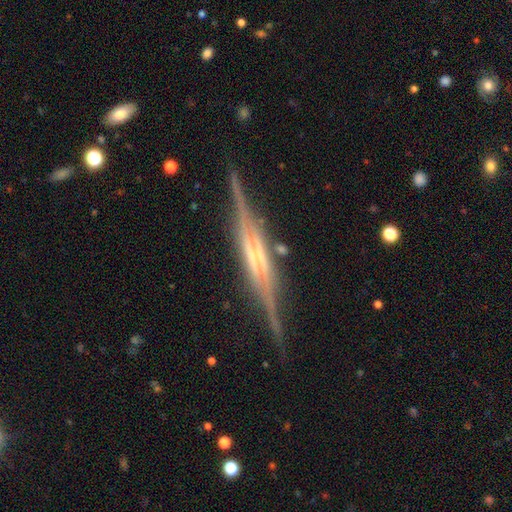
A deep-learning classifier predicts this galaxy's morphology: Smooth or featured?
  - featured or disk: 89% *
  - star or artifact: 6%
  - smooth: 6%
Edge-on disk?
  - yes: 97% *
  - no: 3%
Edge-on bulge?
  - boxy: 43% *
  - rounded: 38%
  - none: 19%
Merging?
  - none: 83% *
  - minor disturbance: 12%
  - major disturbance: 3%
  - merger: 2%